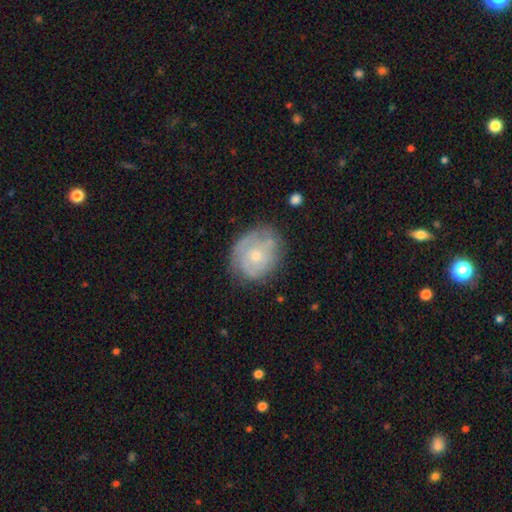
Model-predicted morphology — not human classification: Smooth or featured: featured or disk — 58% (smooth — 35%)
Edge-on disk: no — 97% (yes — 3%)
Bar: no — 83% (weak — 15%)
Spiral arms: yes — 63% (no — 37%)
Bulge size: small — 51% (moderate — 44%)
Merging: none — 64% (minor disturbance — 24%)